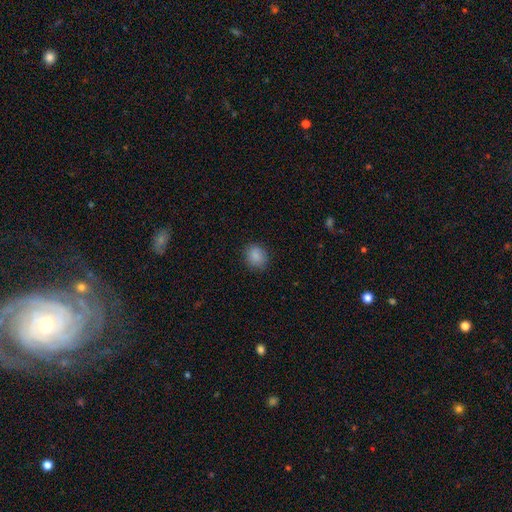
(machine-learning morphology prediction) Smooth or featured: smooth — 87% (star or artifact — 9%)
How rounded: round — 74% (in between — 25%)
Merging: none — 87% (minor disturbance — 10%)